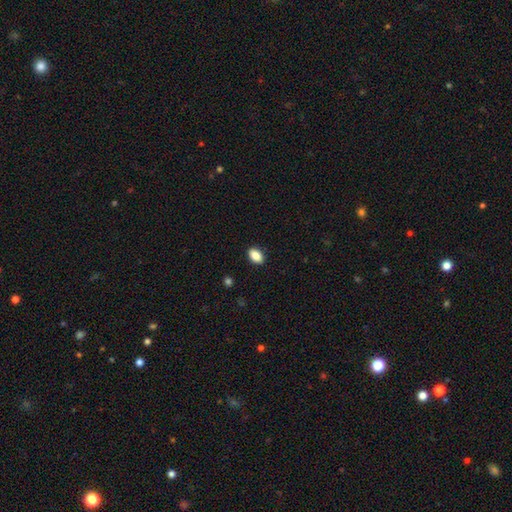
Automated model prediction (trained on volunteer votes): Smooth or featured? Predicted: smooth (p=0.88). How rounded? Predicted: in between (p=0.88). Merging? Predicted: none (p=0.90).